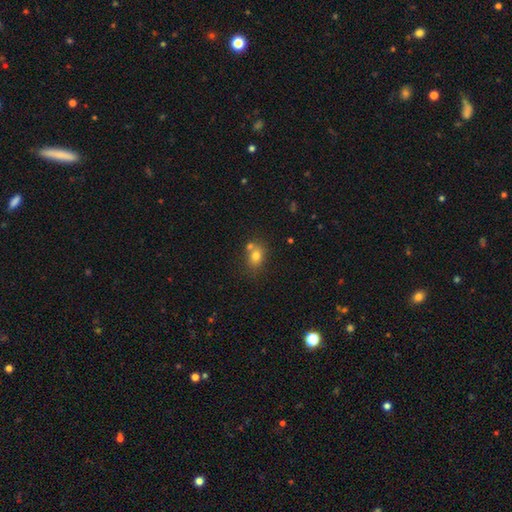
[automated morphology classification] smooth_or_featured: smooth (p=0.76) [alt: star or artifact p=0.12]
how_rounded: in between (p=0.61) [alt: round p=0.37]
merging: none (p=0.56) [alt: merger p=0.26]